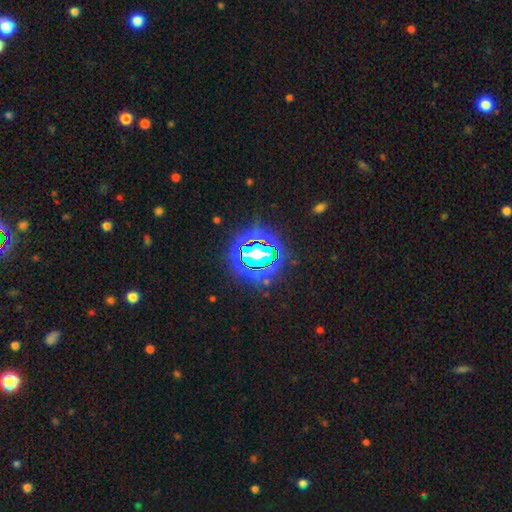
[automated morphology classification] Smooth or featured? Predicted: star or artifact (p=0.68).